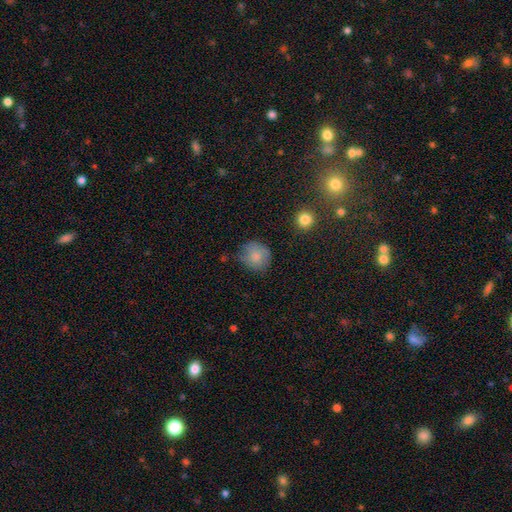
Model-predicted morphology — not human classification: The model was most divided on "merging": none: 67%, minor disturbance: 24%, major disturbance: 7%, merger: 2%. More confident: how rounded — round (85%); smooth or featured — smooth (79%).